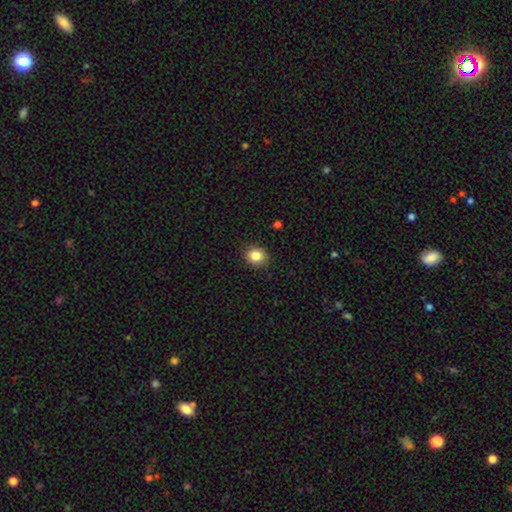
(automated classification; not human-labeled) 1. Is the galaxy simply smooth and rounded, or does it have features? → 85% smooth, 10% star or artifact, 6% featured or disk.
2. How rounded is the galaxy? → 68% round, 31% in between, 1% cigar-shaped.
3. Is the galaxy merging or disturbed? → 90% none, 7% minor disturbance, 2% major disturbance, 1% merger.